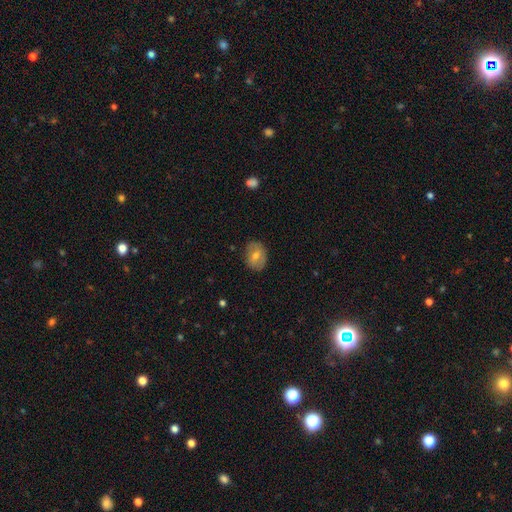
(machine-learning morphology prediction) The model was most divided on "smooth or featured": smooth: 59%, featured or disk: 32%, star or artifact: 10%. More confident: merging — none (82%); how rounded — in between (64%).